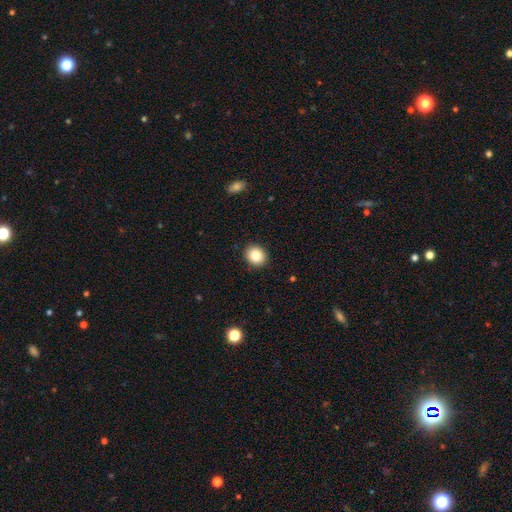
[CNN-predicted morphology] A smooth galaxy with no disk features (84%) that is round (76%). Merging: none (91%).